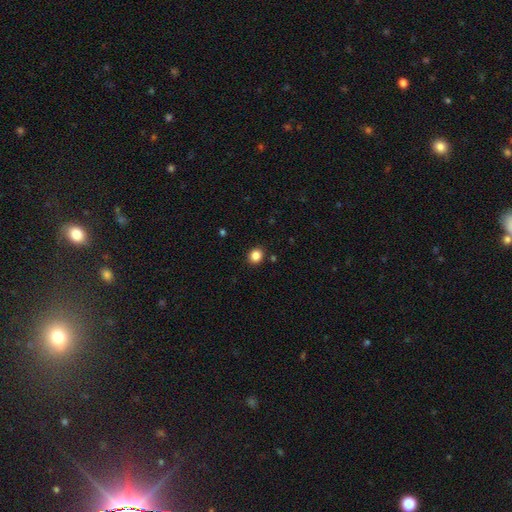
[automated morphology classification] smooth 85%, star or artifact 11%, featured or disk 4%. Down the decision tree: how rounded — round (78%); merging — none (90%).